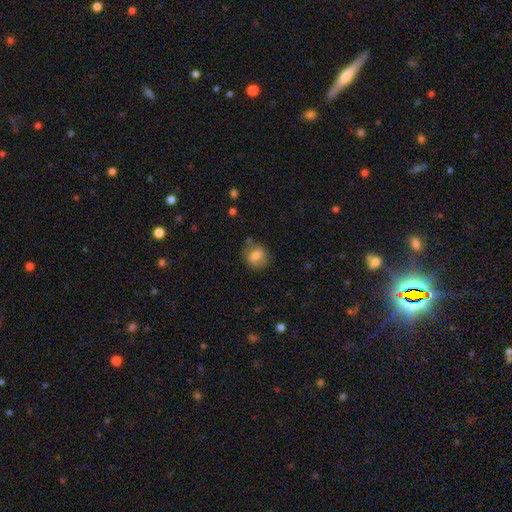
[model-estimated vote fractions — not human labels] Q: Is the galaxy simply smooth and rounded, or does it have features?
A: smooth — 70%.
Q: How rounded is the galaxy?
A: round — 76%.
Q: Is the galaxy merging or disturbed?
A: none — 76%.